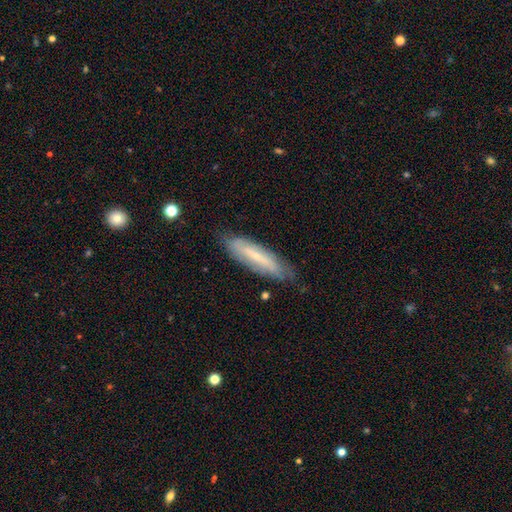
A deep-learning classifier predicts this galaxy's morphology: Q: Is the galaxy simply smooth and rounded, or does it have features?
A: featured or disk — 50%.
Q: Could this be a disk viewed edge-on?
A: no — 58%.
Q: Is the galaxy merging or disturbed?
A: none — 78%.